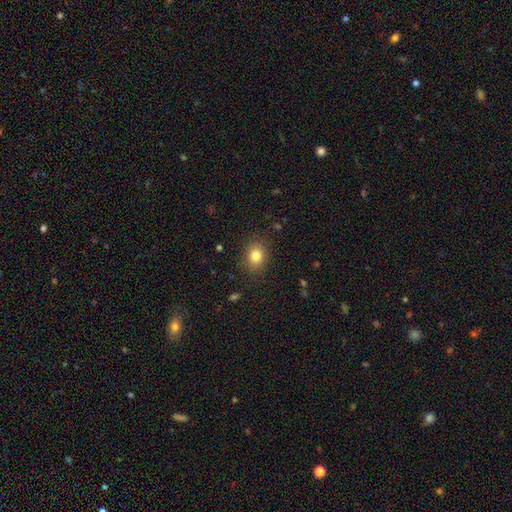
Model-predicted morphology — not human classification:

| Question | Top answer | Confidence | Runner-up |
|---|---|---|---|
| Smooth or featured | smooth | 82% | star or artifact (11%) |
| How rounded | in between | 51% | round (48%) |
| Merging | none | 86% | minor disturbance (10%) |